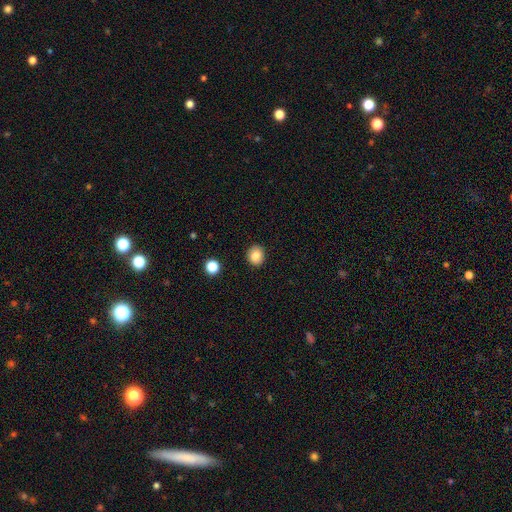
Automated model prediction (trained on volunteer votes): Morphology: type=smooth (85%); roundness=round (74%); merging=none (90%).